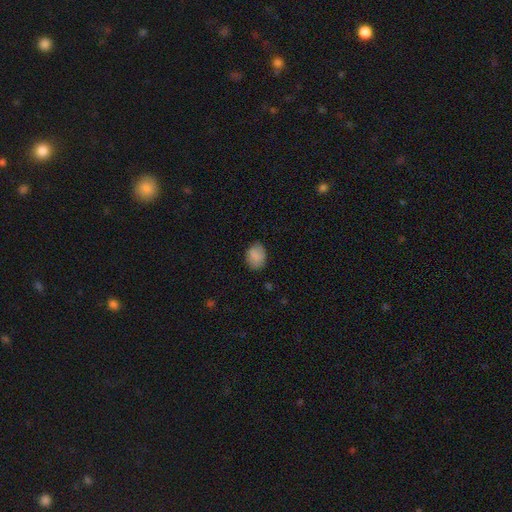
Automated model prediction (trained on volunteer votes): Smooth or featured: smooth — 85% (star or artifact — 8%)
How rounded: in between — 65% (round — 34%)
Merging: none — 77% (minor disturbance — 18%)